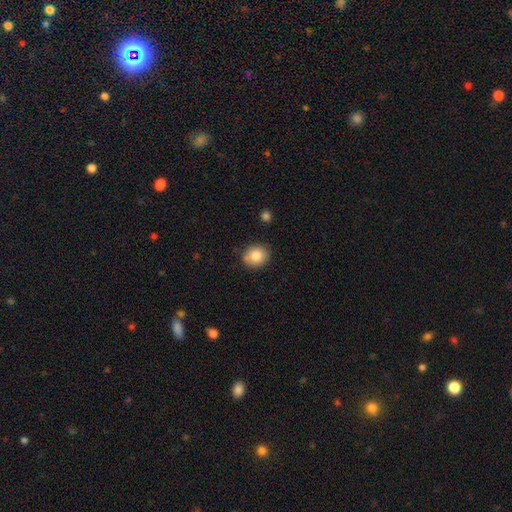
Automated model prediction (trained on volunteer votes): Morphology: type=smooth (83%); roundness=round (78%); merging=none (79%).